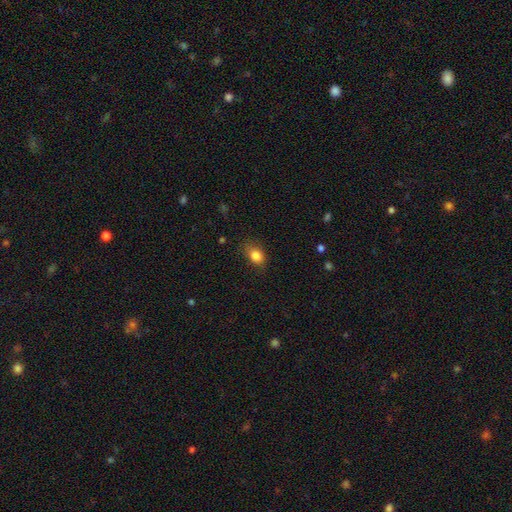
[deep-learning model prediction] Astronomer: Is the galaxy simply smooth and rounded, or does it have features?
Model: smooth — 83%.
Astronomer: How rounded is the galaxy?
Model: in between — 68%.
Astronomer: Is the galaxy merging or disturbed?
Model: none — 73%.